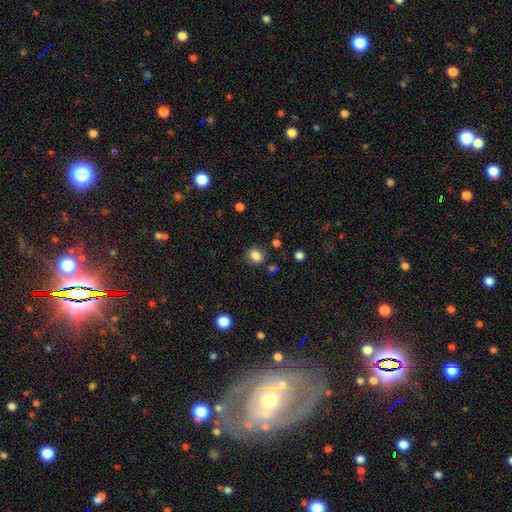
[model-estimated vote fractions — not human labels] smooth 83%, star or artifact 11%, featured or disk 6%. Down the decision tree: how rounded — in between (50%); merging — none (77%).